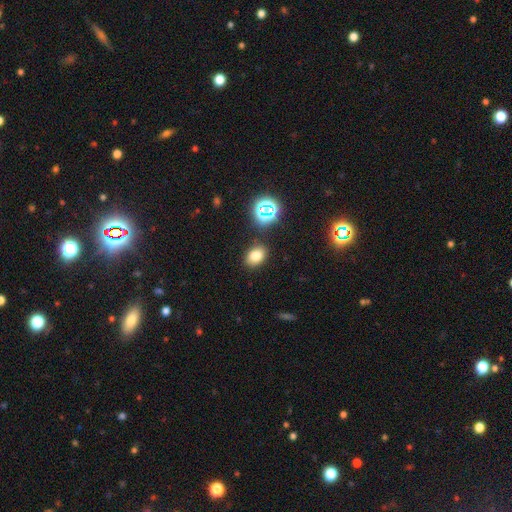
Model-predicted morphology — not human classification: This is likely a smooth galaxy (75%). How rounded: likely in between (74%). Merging: clearly none (84%).